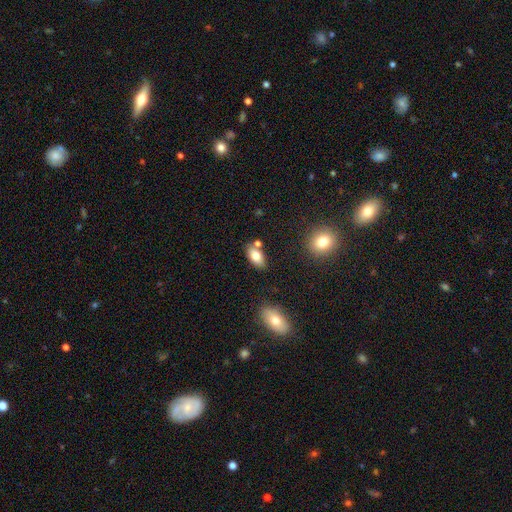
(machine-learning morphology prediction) type=smooth (79%); roundness=in between (91%); merging=none (70%).